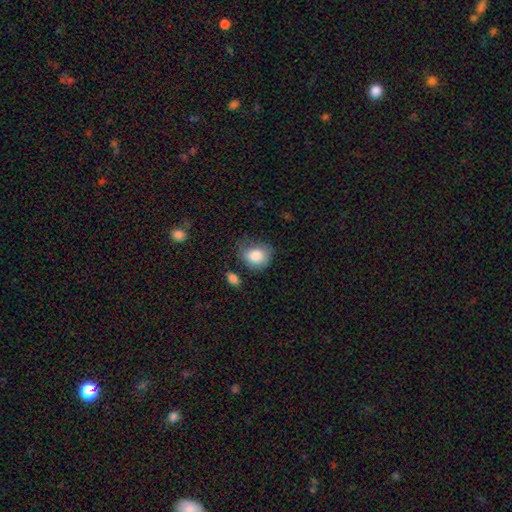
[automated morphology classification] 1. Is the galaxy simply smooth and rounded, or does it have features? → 83% smooth, 10% featured or disk, 7% star or artifact.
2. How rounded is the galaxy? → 55% round, 44% in between, 1% cigar-shaped.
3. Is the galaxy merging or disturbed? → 49% none, 33% minor disturbance, 13% major disturbance, 5% merger.